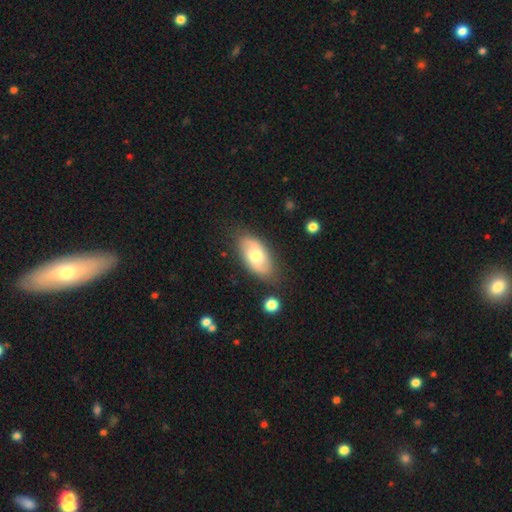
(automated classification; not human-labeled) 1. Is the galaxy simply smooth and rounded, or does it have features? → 57% smooth, 37% featured or disk, 6% star or artifact.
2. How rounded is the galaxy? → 93% in between, 4% round, 4% cigar-shaped.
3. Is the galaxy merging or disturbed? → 78% none, 15% minor disturbance, 4% major disturbance, 3% merger.